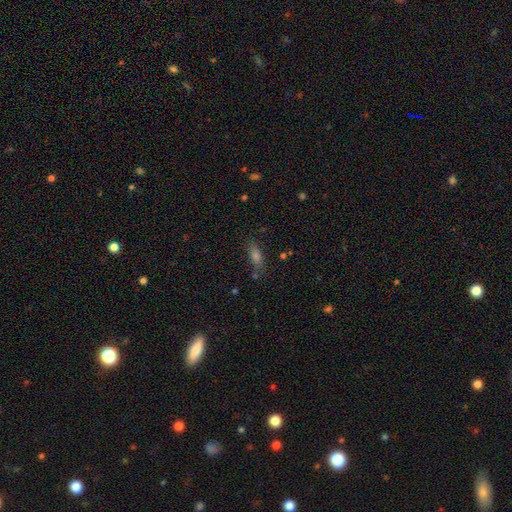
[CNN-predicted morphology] smooth 65%, star or artifact 21%, featured or disk 15%. Down the decision tree: how rounded — in between (62%); merging — none (76%).